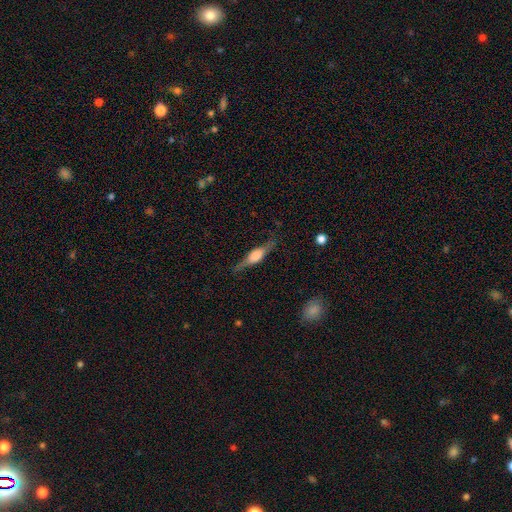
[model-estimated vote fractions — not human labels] A featured or disk galaxy (62%) viewed edge-on (94%) with a rounded central bulge (72%).

Vote fractions:
- Smooth or featured? featured or disk: 62% / smooth: 31% / star or artifact: 7%
- Edge-on disk? yes: 94% / no: 6%
- Edge-on bulge? rounded: 72% / boxy: 25% / none: 4%
- Merging? none: 77% / minor disturbance: 16% / major disturbance: 6% / merger: 1%